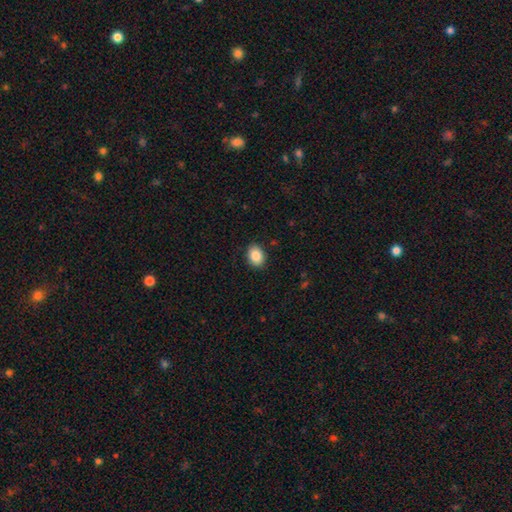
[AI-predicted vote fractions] smooth-or-featured: smooth: 88% | star or artifact: 8% | featured or disk: 4%
  how-rounded: in between: 71% | round: 28% | cigar-shaped: 1%
  merging: none: 89% | minor disturbance: 8% | major disturbance: 2% | merger: 1%